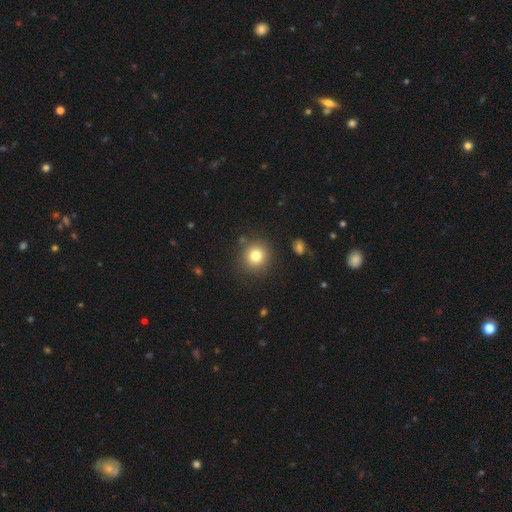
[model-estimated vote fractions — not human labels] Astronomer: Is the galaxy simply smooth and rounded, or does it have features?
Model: smooth — 79%.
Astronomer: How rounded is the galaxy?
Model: round — 92%.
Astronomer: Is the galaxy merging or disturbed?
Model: none — 87%.